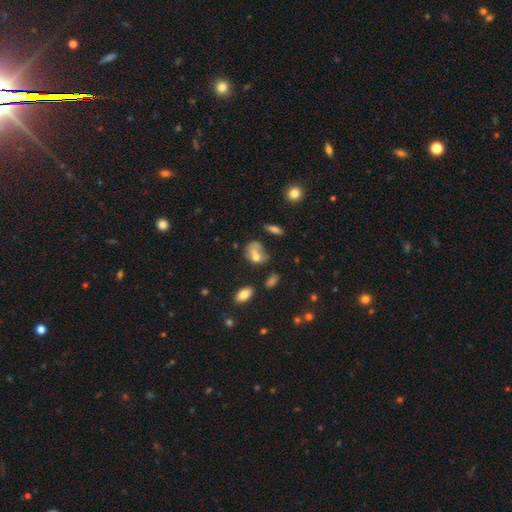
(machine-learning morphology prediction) This is likely a smooth galaxy (62%). How rounded: likely in between (66%). Merging: marginally none (33%).